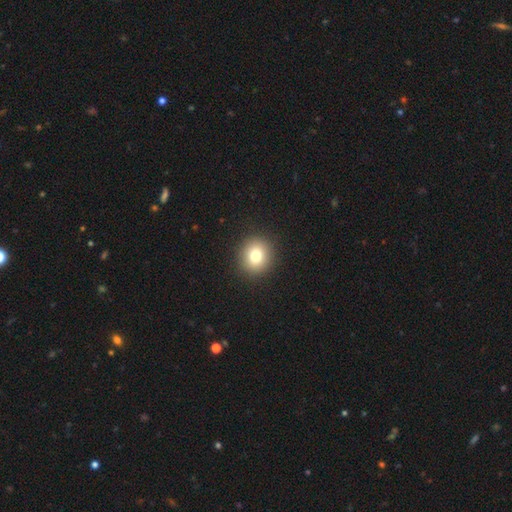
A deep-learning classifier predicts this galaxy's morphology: smooth 78%, star or artifact 11%, featured or disk 10%. Down the decision tree: how rounded — round (87%); merging — none (92%).